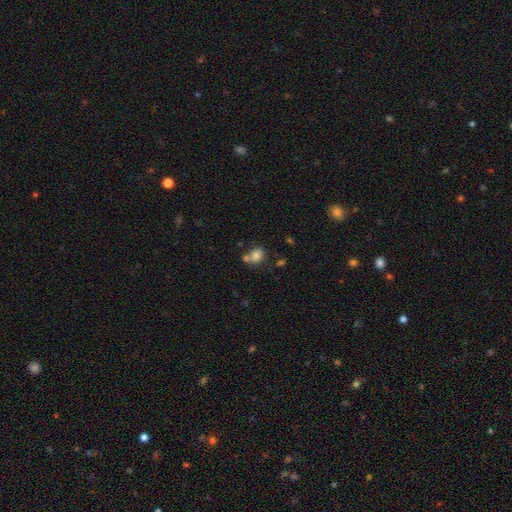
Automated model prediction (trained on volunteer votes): Q: Smooth or featured?
A: smooth (79%); runner-up: star or artifact (12%)
Q: How rounded?
A: round (60%); runner-up: in between (39%)
Q: Merging?
A: none (50%); runner-up: merger (32%)